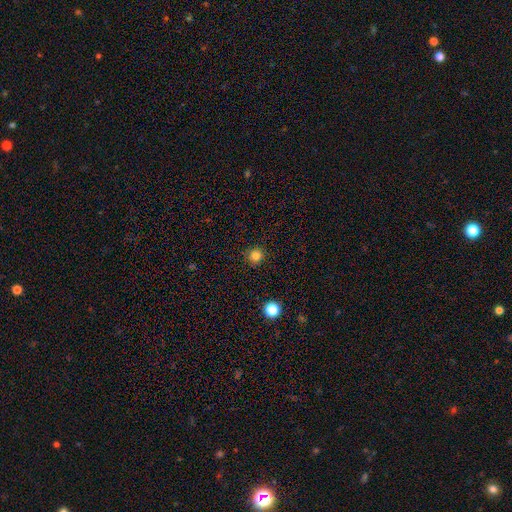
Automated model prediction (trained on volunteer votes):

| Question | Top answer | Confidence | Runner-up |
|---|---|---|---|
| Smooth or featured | smooth | 82% | star or artifact (14%) |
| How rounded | round | 95% | in between (4%) |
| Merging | none | 90% | minor disturbance (6%) |